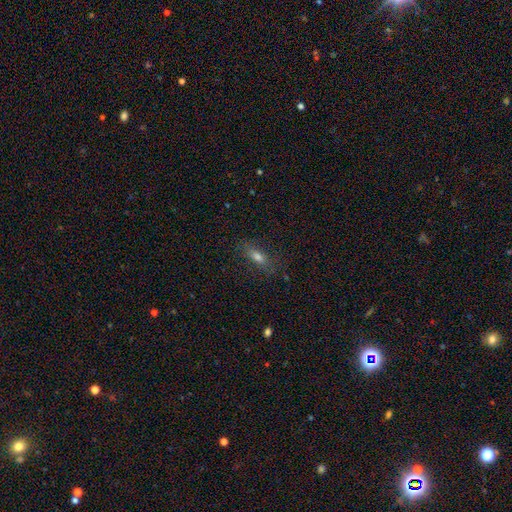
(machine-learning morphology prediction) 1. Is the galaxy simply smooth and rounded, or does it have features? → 56% smooth, 25% featured or disk, 19% star or artifact.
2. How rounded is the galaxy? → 55% in between, 38% cigar-shaped, 6% round.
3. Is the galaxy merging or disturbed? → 80% none, 13% minor disturbance, 5% major disturbance, 1% merger.